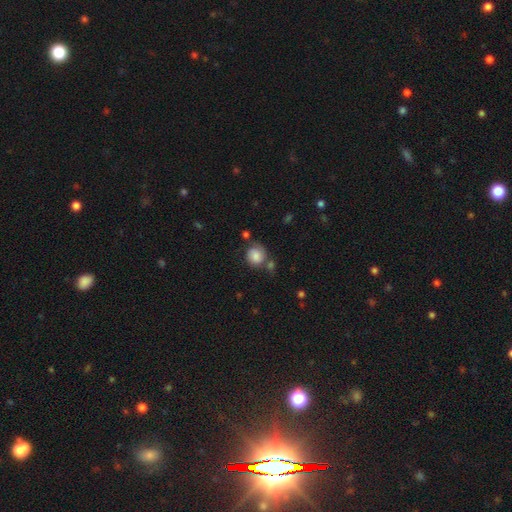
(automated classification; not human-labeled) smooth 80%, featured or disk 11%, star or artifact 9%. Down the decision tree: how rounded — round (81%); merging — none (60%).